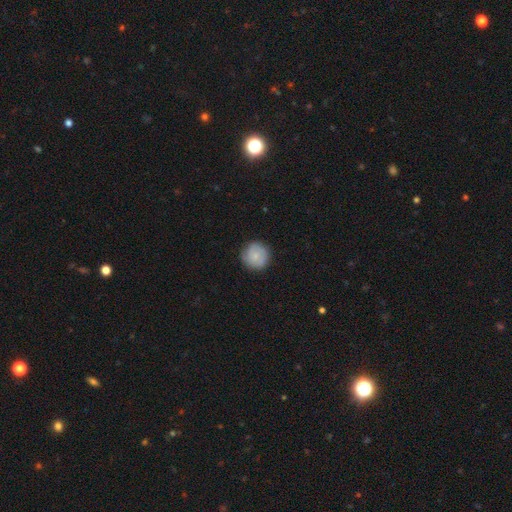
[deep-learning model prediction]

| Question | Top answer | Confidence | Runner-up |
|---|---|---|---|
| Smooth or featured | smooth | 62% | featured or disk (31%) |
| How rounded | round | 93% | in between (6%) |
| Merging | none | 84% | minor disturbance (12%) |